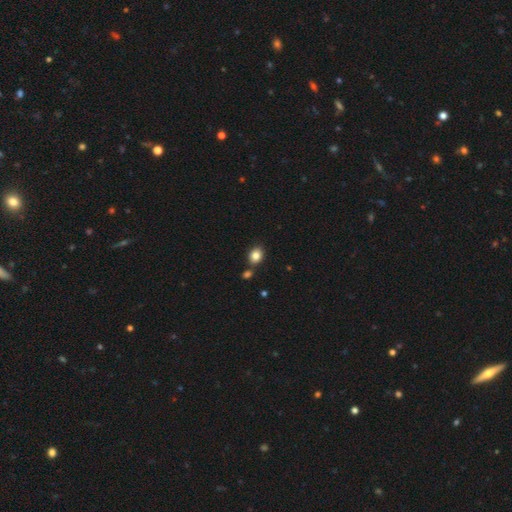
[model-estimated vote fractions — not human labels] A smooth galaxy with no disk features (83%) that is in between round and cigar-shaped (52%).

Vote fractions:
- Smooth or featured? smooth: 83% / star or artifact: 10% / featured or disk: 6%
- How rounded? in between: 52% / round: 47% / cigar-shaped: 1%
- Merging? none: 76% / merger: 11% / minor disturbance: 10% / major disturbance: 2%